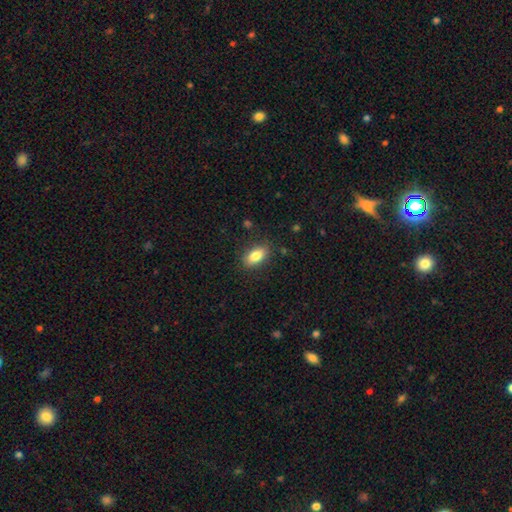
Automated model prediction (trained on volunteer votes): smooth 83%, featured or disk 9%, star or artifact 8%. Down the decision tree: how rounded — in between (88%); merging — none (85%).